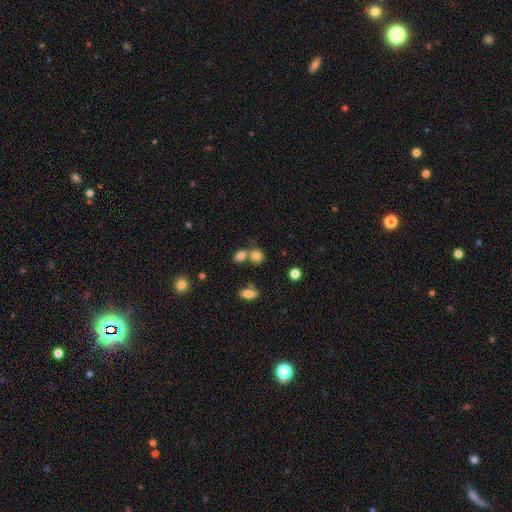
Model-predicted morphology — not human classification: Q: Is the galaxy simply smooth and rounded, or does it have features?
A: smooth — 80%.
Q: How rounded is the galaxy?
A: round — 68%.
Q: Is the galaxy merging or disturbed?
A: none — 50%.